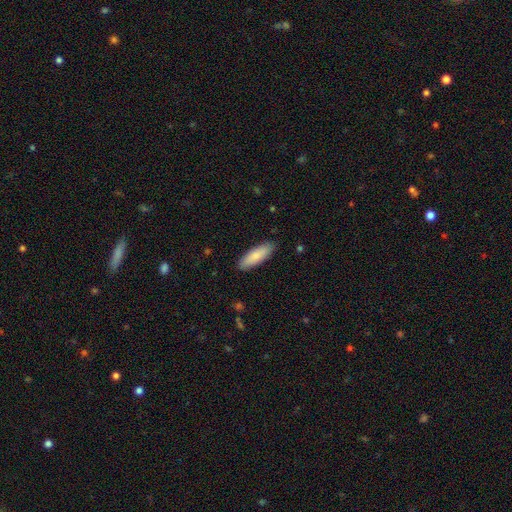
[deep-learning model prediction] A smooth galaxy with no disk features (84%) that is in between round and cigar-shaped (54%). Merging: none (88%).